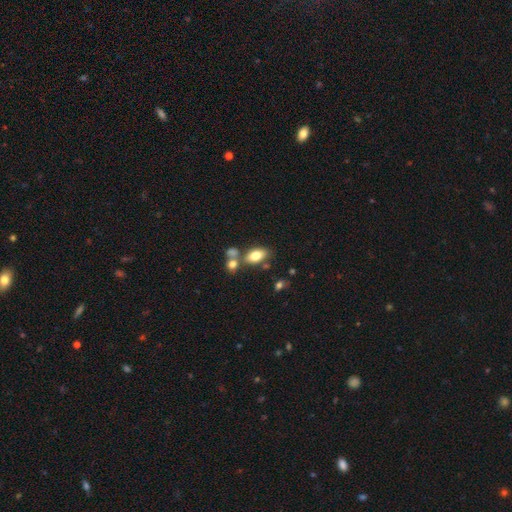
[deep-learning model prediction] Smooth or featured? smooth (76%)
How rounded? in between (88%)
Merging? none (58%)